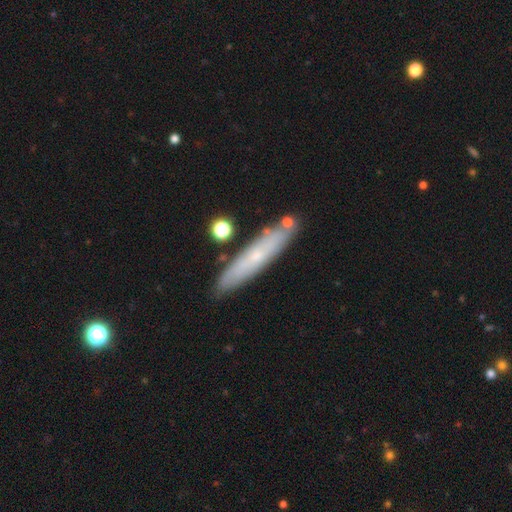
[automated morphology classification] Smooth or featured: smooth — 51% (featured or disk — 41%)
How rounded: cigar-shaped — 86% (in between — 12%)
Merging: none — 82% (minor disturbance — 12%)